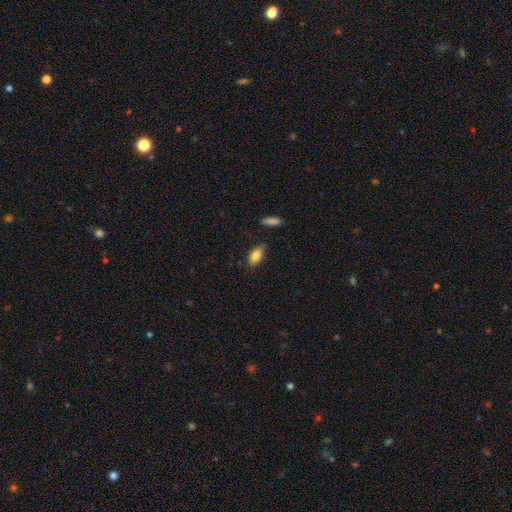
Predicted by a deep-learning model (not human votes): The model was most divided on "merging": none: 74%, minor disturbance: 19%, major disturbance: 4%, merger: 3%. More confident: how rounded — in between (89%); smooth or featured — smooth (85%).